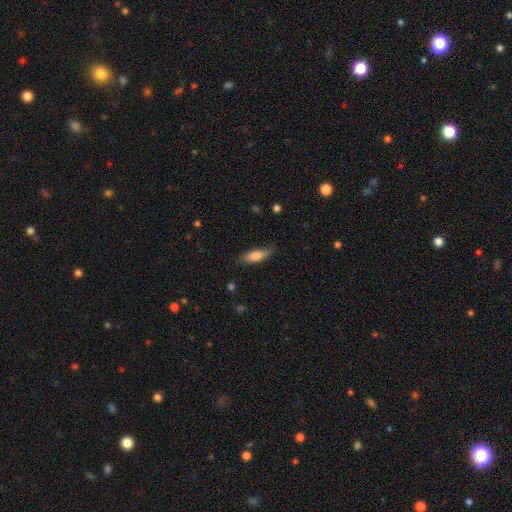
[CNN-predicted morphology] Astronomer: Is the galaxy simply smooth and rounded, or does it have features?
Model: smooth — 79%.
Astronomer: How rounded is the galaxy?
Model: in between — 59% (runner-up: cigar-shaped, 39%).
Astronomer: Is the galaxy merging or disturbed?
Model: none — 82%.